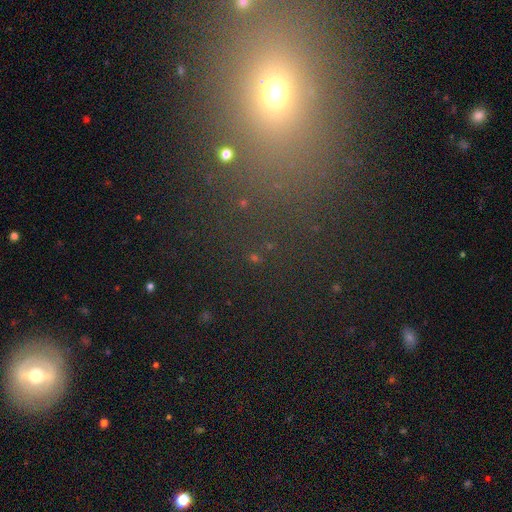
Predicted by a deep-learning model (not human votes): This is likely a star or artifact rather than a galaxy (60%).